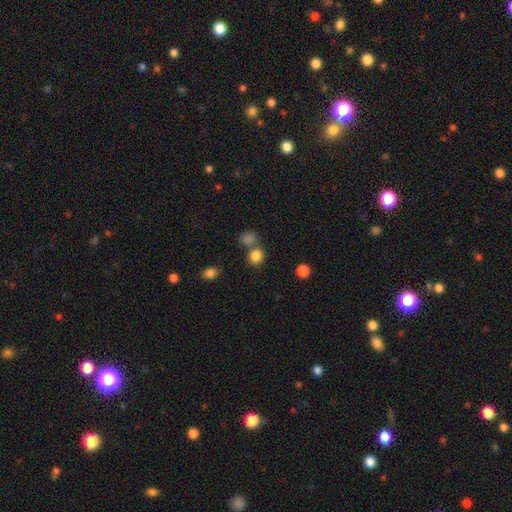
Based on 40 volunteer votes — This appears to be a smooth galaxy with no disk features (85%) that is round (82%). Merging: none (71%).